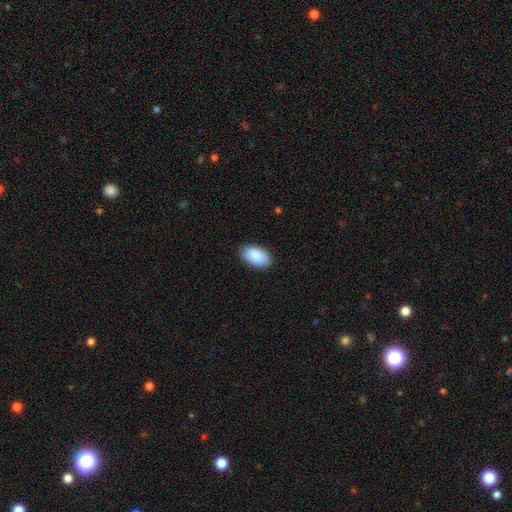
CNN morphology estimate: smooth_or_featured: smooth (p=0.90) [alt: star or artifact p=0.06]
how_rounded: in between (p=0.95) [alt: round p=0.03]
merging: none (p=0.87) [alt: minor disturbance p=0.10]